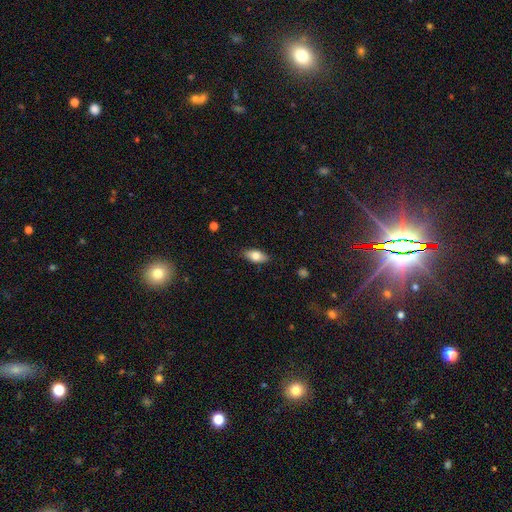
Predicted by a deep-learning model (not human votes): A smooth galaxy with no disk features (76%) that is in between round and cigar-shaped (87%). Merging: none (85%).